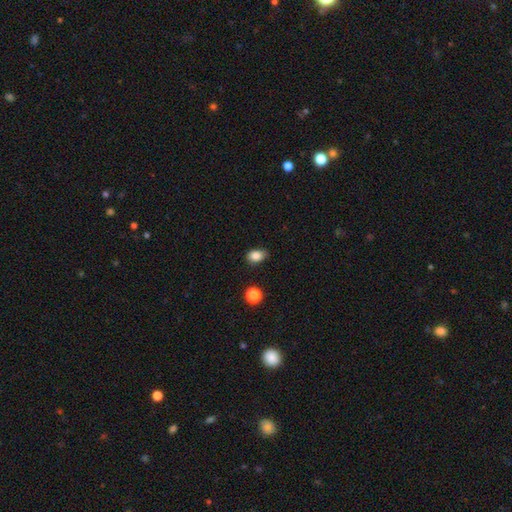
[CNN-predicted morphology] Smooth or featured? smooth (85%)
How rounded? in between (75%)
Merging? none (73%)